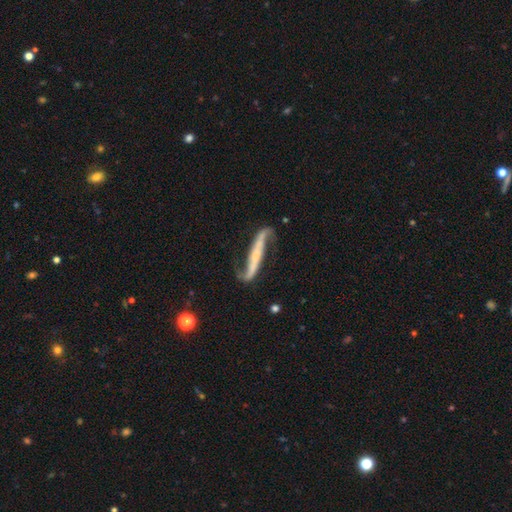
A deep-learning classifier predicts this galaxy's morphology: Smooth or featured? Predicted: featured or disk (p=0.85). Edge-on disk? Predicted: no (p=0.68). Bar? Predicted: strong (p=0.49). Spiral arms? Predicted: yes (p=0.95). Spiral winding? Predicted: loose (p=0.80). Spiral arm count? Predicted: 2 (p=0.92). Bulge size? Predicted: small (p=0.61). Merging? Predicted: none (p=0.69).